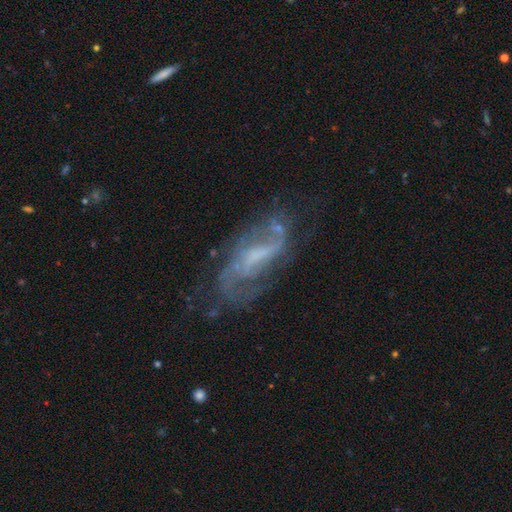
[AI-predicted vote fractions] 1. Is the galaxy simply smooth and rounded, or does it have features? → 77% featured or disk, 14% smooth, 9% star or artifact.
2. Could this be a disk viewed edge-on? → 91% no, 9% yes.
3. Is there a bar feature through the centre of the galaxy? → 46% weak, 29% no, 25% strong.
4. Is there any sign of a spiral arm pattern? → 79% yes, 21% no.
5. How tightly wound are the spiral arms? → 42% loose, 39% medium, 19% tight.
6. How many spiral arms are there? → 51% 2, 29% can't tell, 7% 1, 7% 3, 3% 4, 2% more than 4.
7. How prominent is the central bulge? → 35% none, 33% small, 26% moderate, 5% large, 1% dominant.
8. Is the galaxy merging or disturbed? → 50% none, 23% major disturbance, 22% minor disturbance, 5% merger.